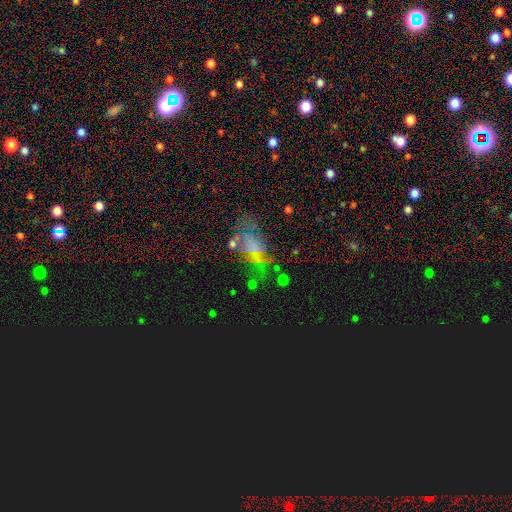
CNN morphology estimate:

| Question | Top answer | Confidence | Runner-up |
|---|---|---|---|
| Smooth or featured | star or artifact | 36% | featured or disk (34%) |